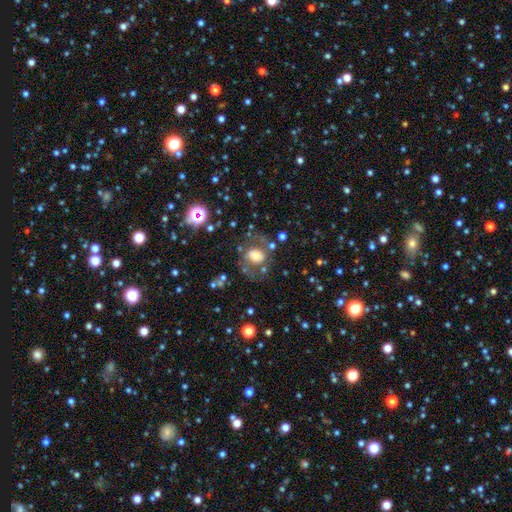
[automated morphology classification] Smooth or featured: smooth — 47% (featured or disk — 40%)
Merging: none — 63% (minor disturbance — 17%)